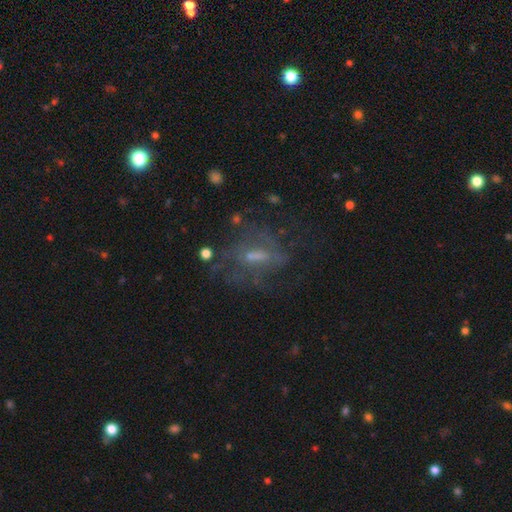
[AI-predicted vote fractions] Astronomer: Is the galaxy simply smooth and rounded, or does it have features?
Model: featured or disk — 59%.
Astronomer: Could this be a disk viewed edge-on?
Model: no — 90%.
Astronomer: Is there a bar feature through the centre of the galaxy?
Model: weak — 44% (runner-up: no, 36%).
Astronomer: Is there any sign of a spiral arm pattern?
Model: no — 51% (runner-up: yes, 49%).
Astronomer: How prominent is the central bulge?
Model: small — 44% (runner-up: moderate, 32%).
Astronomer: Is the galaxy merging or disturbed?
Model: none — 52%.